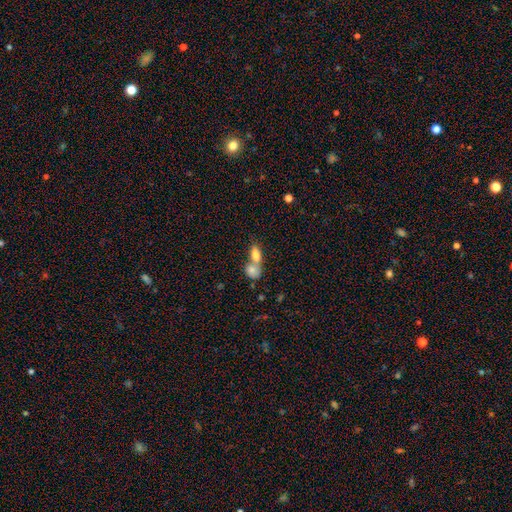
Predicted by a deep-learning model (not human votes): Overall: smooth (79%). How rounded: in between (82%). Merging: merger (68%).